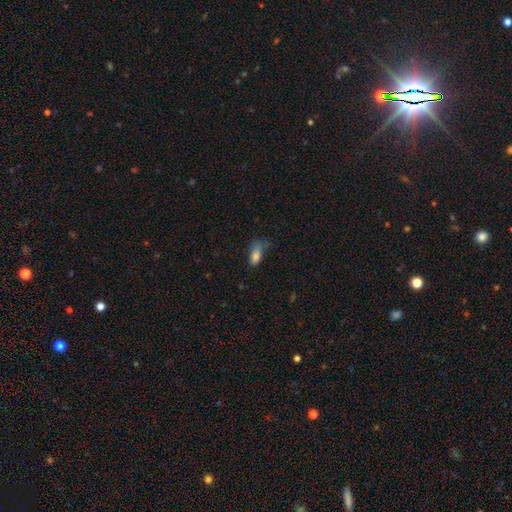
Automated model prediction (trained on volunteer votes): Q: Smooth or featured?
A: smooth (80%); runner-up: star or artifact (11%)
Q: How rounded?
A: in between (84%); runner-up: cigar-shaped (12%)
Q: Merging?
A: none (36%); runner-up: minor disturbance (34%)